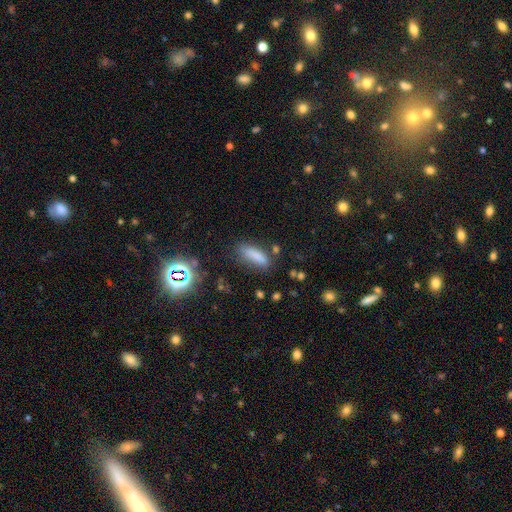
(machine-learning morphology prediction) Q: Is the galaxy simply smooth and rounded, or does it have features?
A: smooth — 81%.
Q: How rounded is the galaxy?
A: cigar-shaped — 51%.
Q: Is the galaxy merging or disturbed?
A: none — 74%.